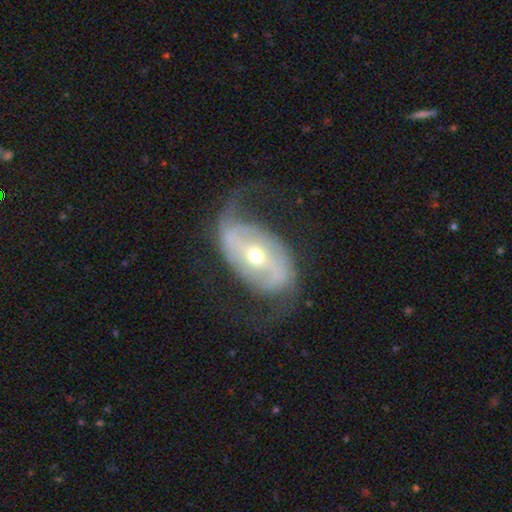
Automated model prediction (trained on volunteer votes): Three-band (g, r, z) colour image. It shows a featured or disk galaxy (86%) with a strong bar (42%), 2 (88%) loose (52%) spiral arms (92%) and a moderate central bulge (53%). Merging: none (64%).